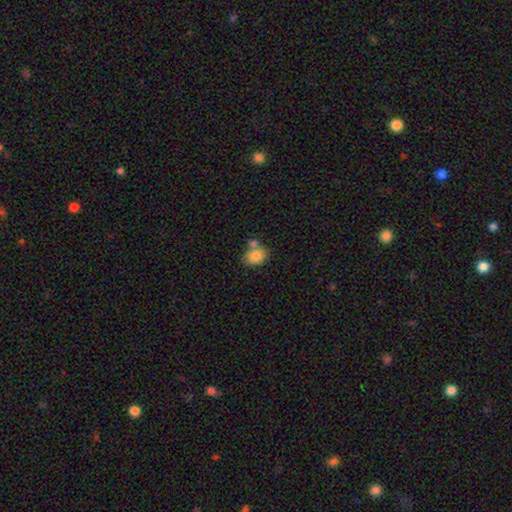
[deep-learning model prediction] smooth-or-featured: smooth: 83% | featured or disk: 9% | star or artifact: 8%
  how-rounded: in between: 67% | round: 32% | cigar-shaped: 1%
  merging: none: 46% | merger: 33% | minor disturbance: 16% | major disturbance: 5%